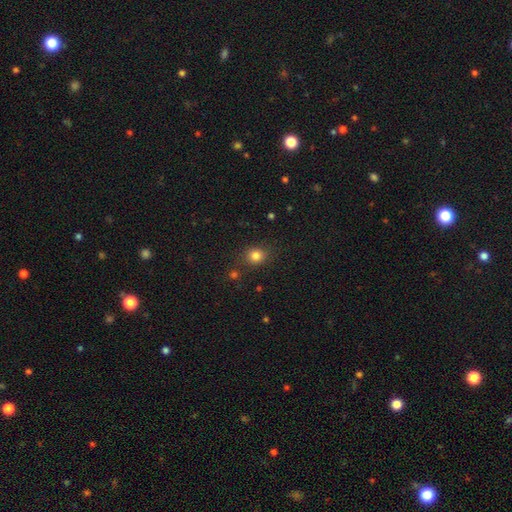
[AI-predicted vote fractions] This appears to be a smooth galaxy with no disk features (81%) that is round (74%). Merging: none (82%).